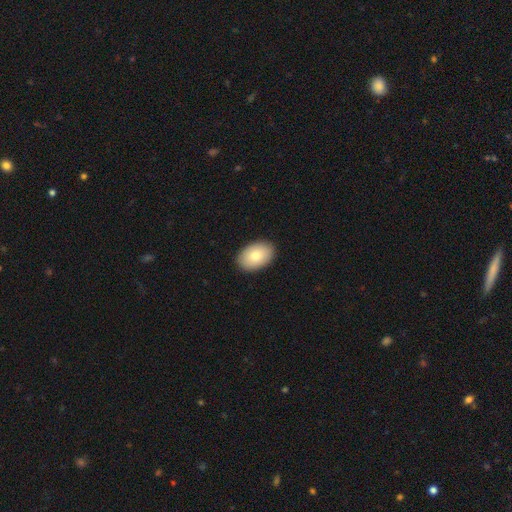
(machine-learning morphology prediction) This is clearly a smooth galaxy (80%). How rounded: clearly in between (89%). Merging: clearly none (90%).